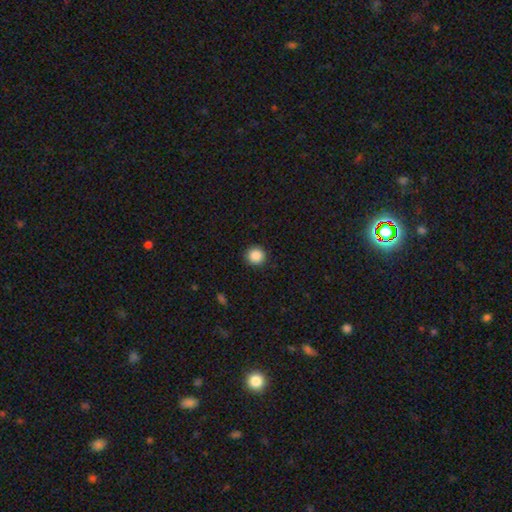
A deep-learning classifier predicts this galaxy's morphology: smooth-or-featured: smooth: 87% | star or artifact: 9% | featured or disk: 3%
  how-rounded: round: 94% | in between: 5% | cigar-shaped: 1%
  merging: none: 92% | minor disturbance: 5% | major disturbance: 2% | merger: 1%